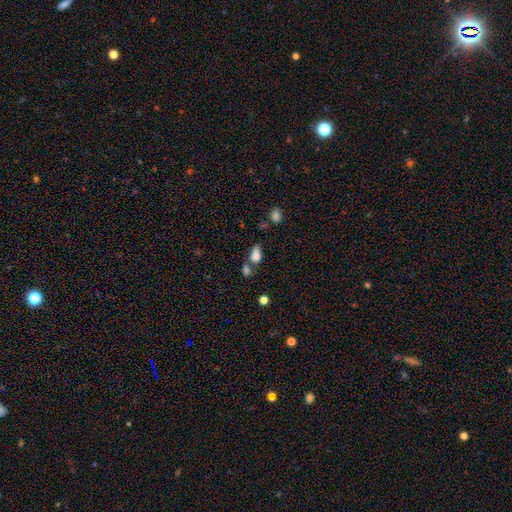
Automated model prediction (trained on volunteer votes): Smooth or featured? smooth (82%)
How rounded? in between (87%)
Merging? none (43%)